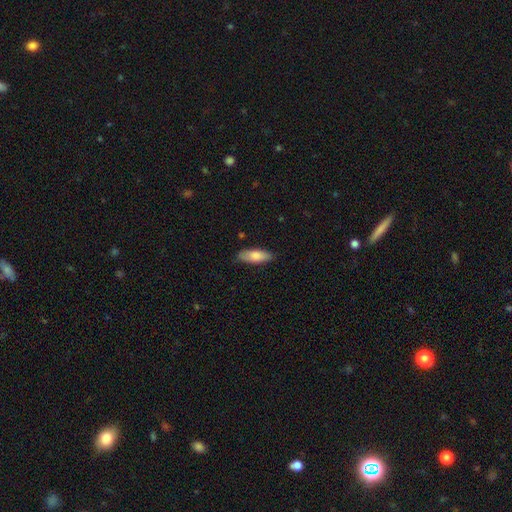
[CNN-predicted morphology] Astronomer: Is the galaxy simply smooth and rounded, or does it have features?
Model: smooth — 80%.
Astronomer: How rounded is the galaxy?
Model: in between — 66%.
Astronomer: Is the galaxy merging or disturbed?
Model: none — 82%.